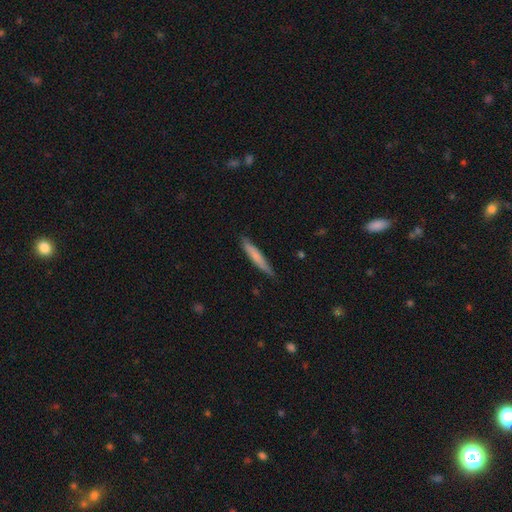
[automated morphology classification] type=smooth (71%); roundness=cigar-shaped (94%); merging=none (84%).